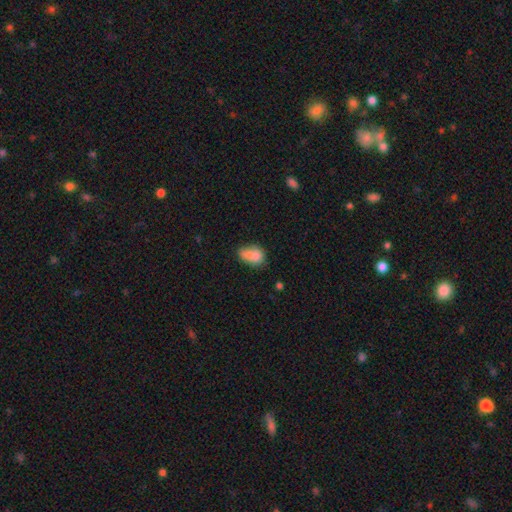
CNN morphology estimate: Q: Smooth or featured?
A: smooth (76%); runner-up: featured or disk (15%)
Q: How rounded?
A: in between (79%); runner-up: round (18%)
Q: Merging?
A: none (38%); runner-up: minor disturbance (26%)